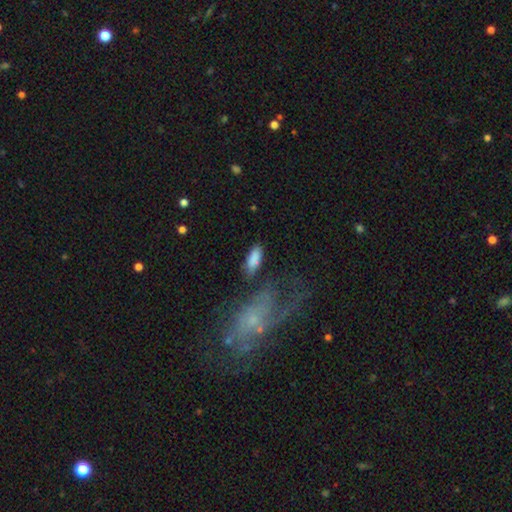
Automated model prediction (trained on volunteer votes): smooth_or_featured: smooth (p=0.78) [alt: featured or disk p=0.14]
how_rounded: in between (p=0.74) [alt: cigar-shaped p=0.23]
merging: none (p=0.66) [alt: minor disturbance p=0.17]